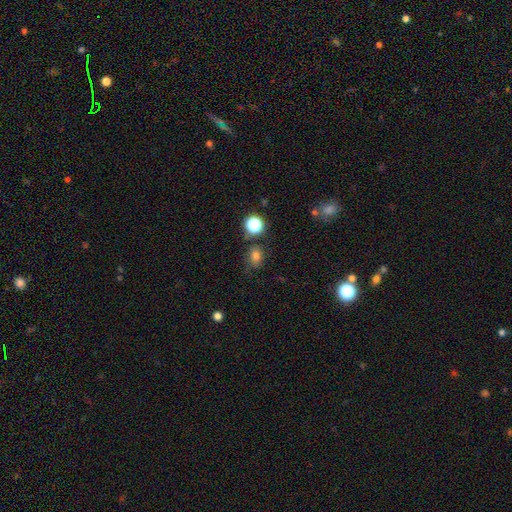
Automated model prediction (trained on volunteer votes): smooth 74%, star or artifact 18%, featured or disk 8%. Down the decision tree: how rounded — in between (53%); merging — none (69%).